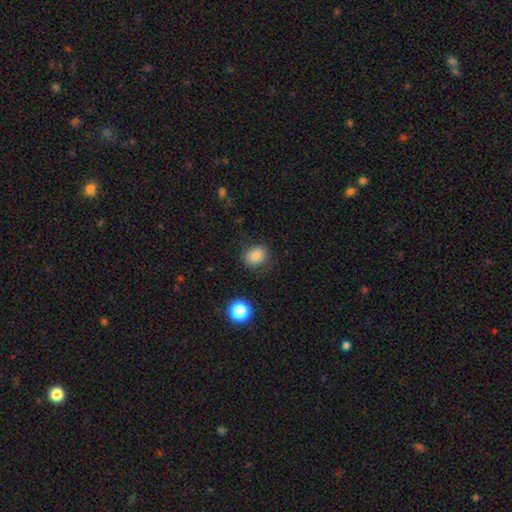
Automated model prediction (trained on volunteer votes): Smooth or featured? Predicted: smooth (p=0.80). How rounded? Predicted: round (p=0.66). Merging? Predicted: none (p=0.84).